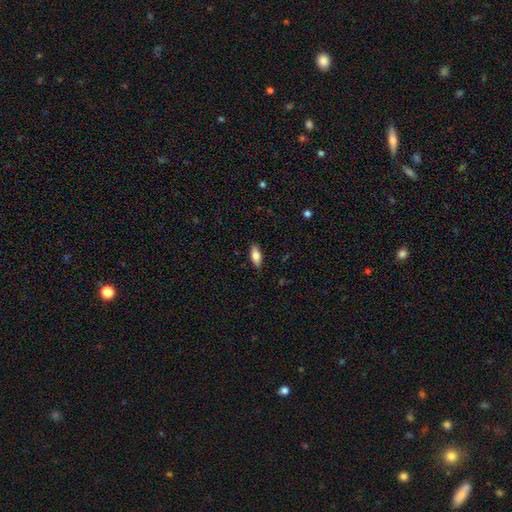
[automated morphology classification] Overall: smooth (75%). How rounded: in between (77%). Merging: none (85%).